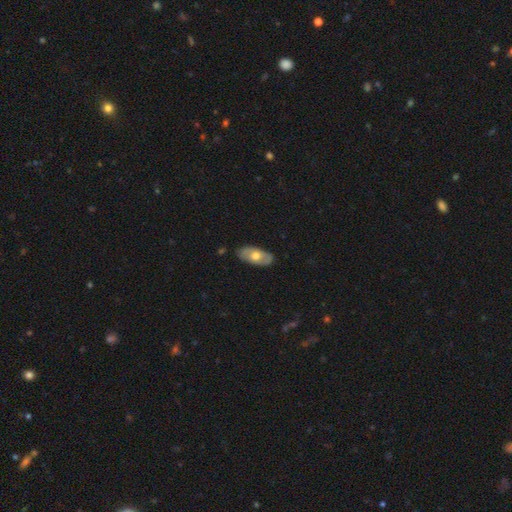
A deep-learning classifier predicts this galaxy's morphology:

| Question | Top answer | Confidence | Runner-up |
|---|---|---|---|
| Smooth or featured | smooth | 51% | featured or disk (43%) |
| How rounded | in between | 90% | cigar-shaped (6%) |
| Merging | none | 82% | minor disturbance (14%) |